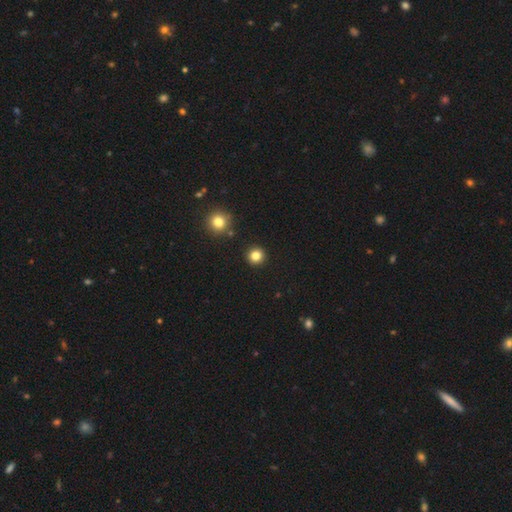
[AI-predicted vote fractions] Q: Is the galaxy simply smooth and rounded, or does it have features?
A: smooth — 82%.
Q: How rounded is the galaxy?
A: round — 94%.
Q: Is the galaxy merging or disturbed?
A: none — 92%.